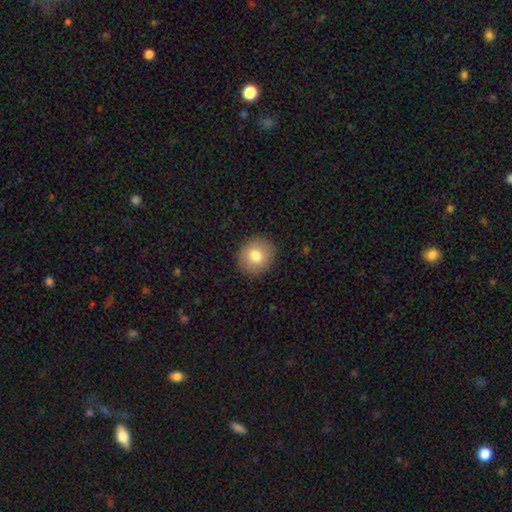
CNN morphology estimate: A smooth galaxy with no disk features (77%) that is round (87%).

Vote fractions:
- Smooth or featured? smooth: 77% / featured or disk: 14% / star or artifact: 9%
- How rounded? round: 87% / in between: 12% / cigar-shaped: 1%
- Merging? none: 90% / minor disturbance: 7% / major disturbance: 2% / merger: 1%